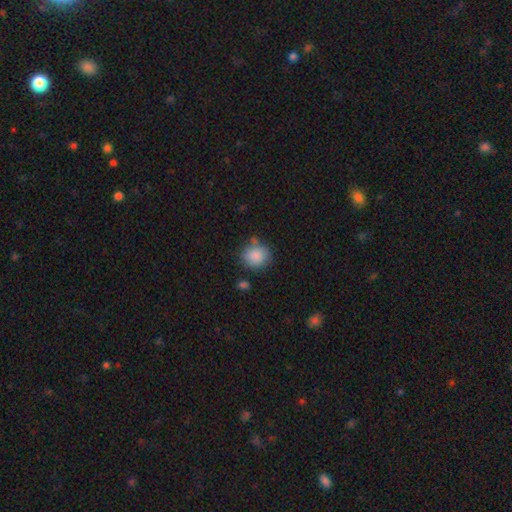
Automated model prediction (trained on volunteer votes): A smooth galaxy with no disk features (87%) that is round (77%).

Vote fractions:
- Smooth or featured? smooth: 87% / star or artifact: 8% / featured or disk: 5%
- How rounded? round: 77% / in between: 23% / cigar-shaped: 1%
- Merging? none: 69% / minor disturbance: 17% / merger: 9% / major disturbance: 5%